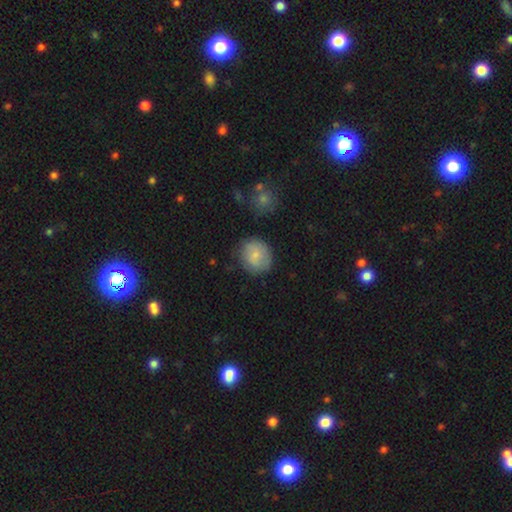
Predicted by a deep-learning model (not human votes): smooth_or_featured: smooth (p=0.75) [alt: featured or disk p=0.19]
how_rounded: round (p=0.77) [alt: in between p=0.22]
merging: none (p=0.76) [alt: minor disturbance p=0.17]